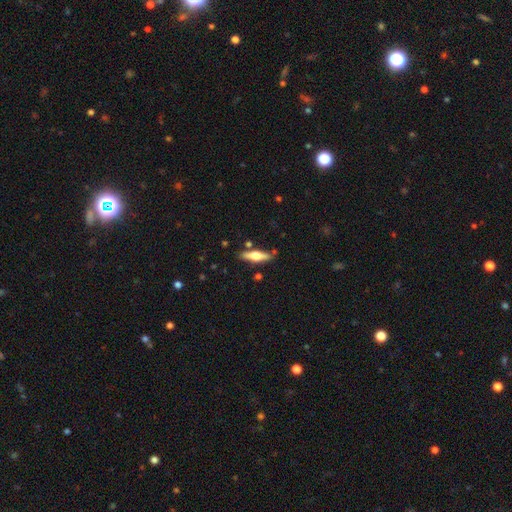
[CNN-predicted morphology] This appears to be a featured or disk galaxy (53%) viewed edge-on (93%). Merging: none (83%).